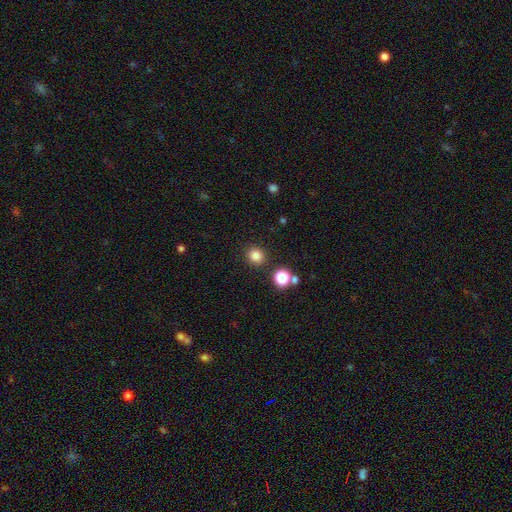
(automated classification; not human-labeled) A smooth galaxy with no disk features (82%) that is round (89%). Merging: none (89%).